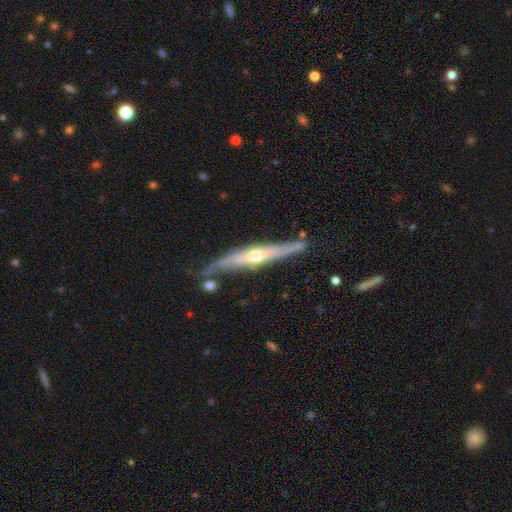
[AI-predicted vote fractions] Smooth or featured: featured or disk — 73% (smooth — 22%)
Edge-on disk: yes — 91% (no — 9%)
Edge-on bulge: rounded — 81% (none — 14%)
Merging: none — 72% (minor disturbance — 19%)